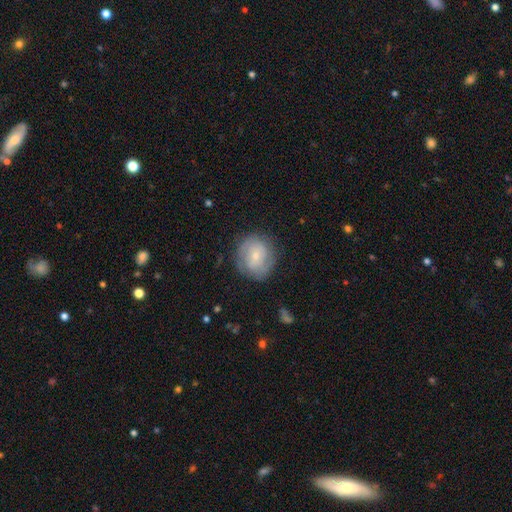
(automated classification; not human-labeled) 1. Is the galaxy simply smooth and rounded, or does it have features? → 55% featured or disk, 38% smooth, 7% star or artifact.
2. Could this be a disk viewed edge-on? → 97% no, 3% yes.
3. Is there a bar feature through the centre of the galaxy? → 58% no, 34% weak, 8% strong.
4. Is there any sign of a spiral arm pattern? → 79% yes, 21% no.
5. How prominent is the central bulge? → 72% small, 23% moderate, 2% none, 2% large, 1% dominant.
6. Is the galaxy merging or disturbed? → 78% none, 15% minor disturbance, 6% major disturbance, 1% merger.